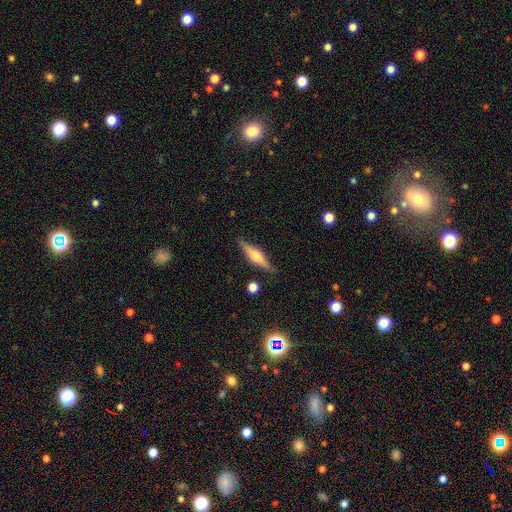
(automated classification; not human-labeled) Morphology: type=featured or disk (67%); edge-on=yes (96%); edge-on bulge=rounded (82%); merging=none (87%).